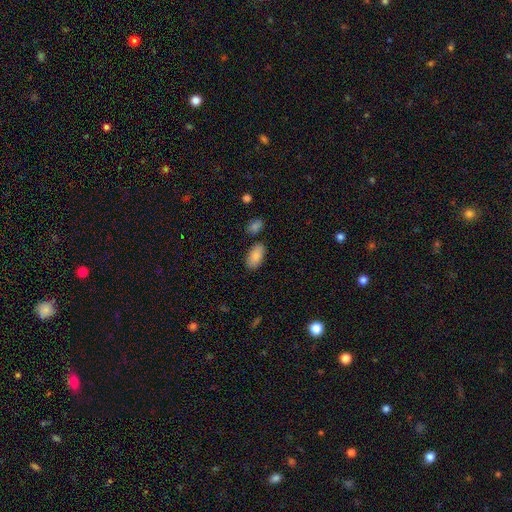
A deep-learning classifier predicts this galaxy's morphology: Q: Smooth or featured?
A: smooth (85%); runner-up: featured or disk (8%)
Q: How rounded?
A: in between (94%); runner-up: round (3%)
Q: Merging?
A: none (81%); runner-up: minor disturbance (11%)